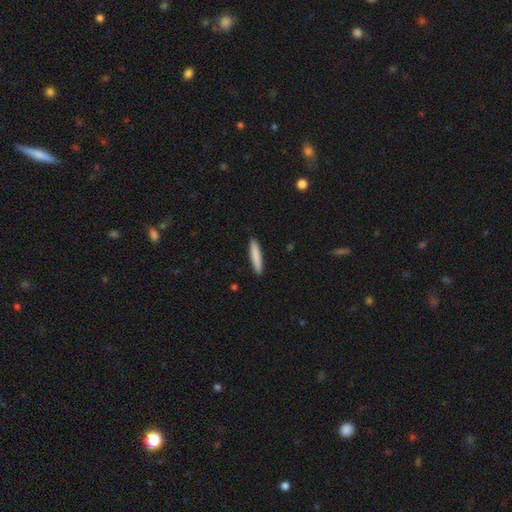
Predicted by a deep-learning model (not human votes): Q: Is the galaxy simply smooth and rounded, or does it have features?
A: smooth — 85%.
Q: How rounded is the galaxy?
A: cigar-shaped — 91%.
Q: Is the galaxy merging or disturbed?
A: none — 91%.